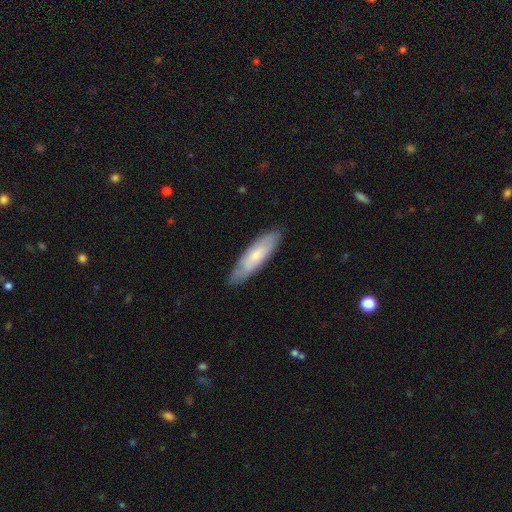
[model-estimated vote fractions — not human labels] Morphology: type=smooth (59%); roundness=cigar-shaped (58%); merging=none (81%).